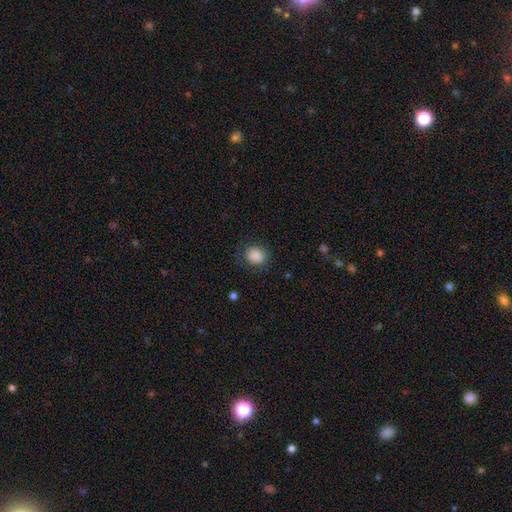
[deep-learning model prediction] Smooth or featured? Predicted: smooth (p=0.87). How rounded? Predicted: round (p=0.72). Merging? Predicted: none (p=0.82).